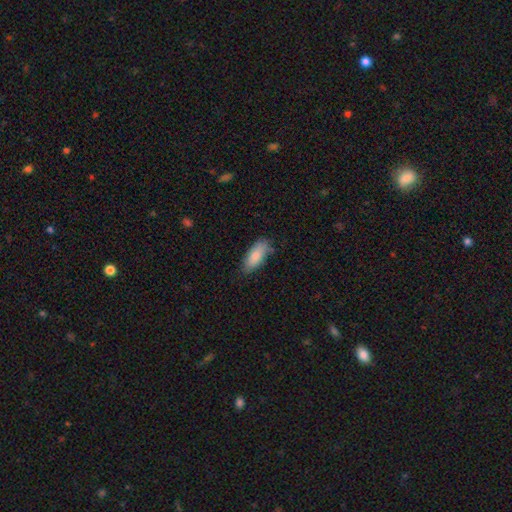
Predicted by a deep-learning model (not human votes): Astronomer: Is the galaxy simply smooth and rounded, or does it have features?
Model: smooth — 86%.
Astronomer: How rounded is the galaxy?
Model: in between — 83%.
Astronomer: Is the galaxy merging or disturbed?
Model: none — 71%.